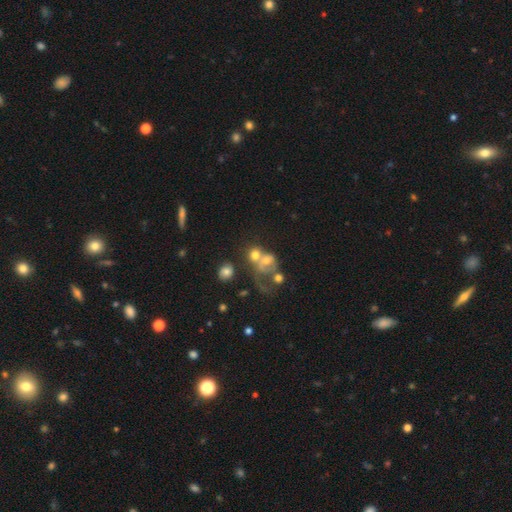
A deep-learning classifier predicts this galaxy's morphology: smooth 49%, featured or disk 36%, star or artifact 15%. Down the decision tree: merging — merger (51%).